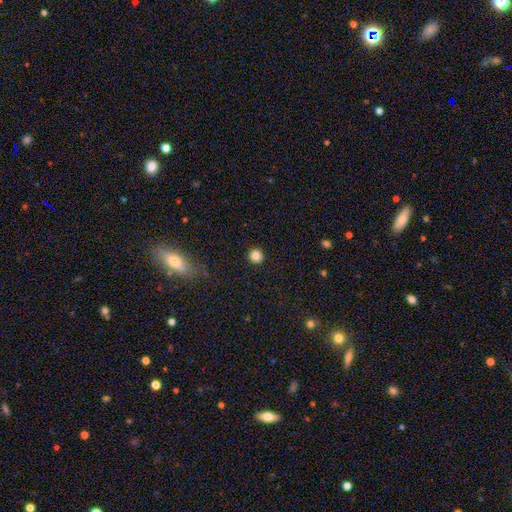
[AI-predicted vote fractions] Overall: smooth (83%). How rounded: round (94%). Merging: none (93%).